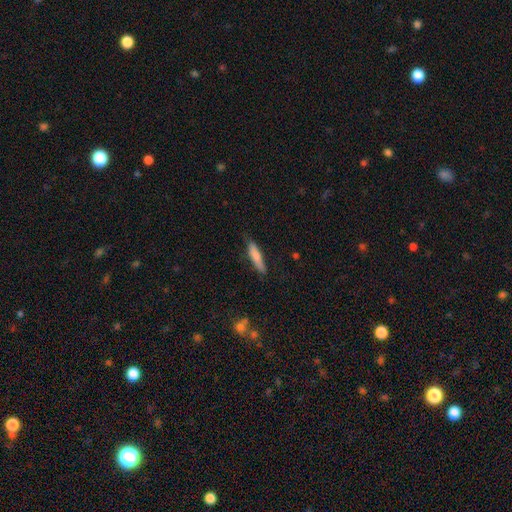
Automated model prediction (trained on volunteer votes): smooth_or_featured: smooth (p=0.76) [alt: featured or disk p=0.18]
how_rounded: cigar-shaped (p=0.84) [alt: in between p=0.14]
merging: none (p=0.80) [alt: minor disturbance p=0.16]